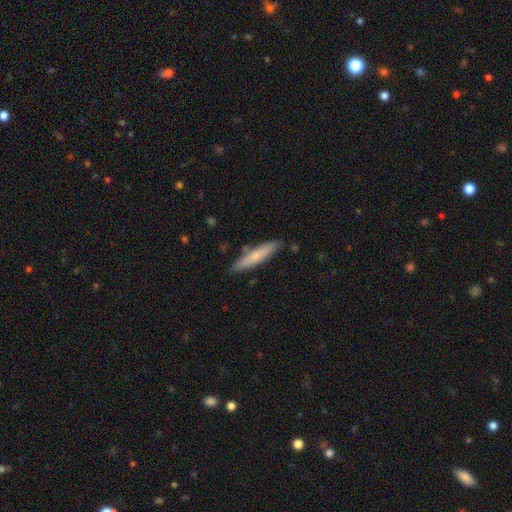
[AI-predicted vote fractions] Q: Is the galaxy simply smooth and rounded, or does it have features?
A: smooth — 67%.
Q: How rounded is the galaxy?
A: cigar-shaped — 88%.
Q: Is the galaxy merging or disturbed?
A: none — 85%.